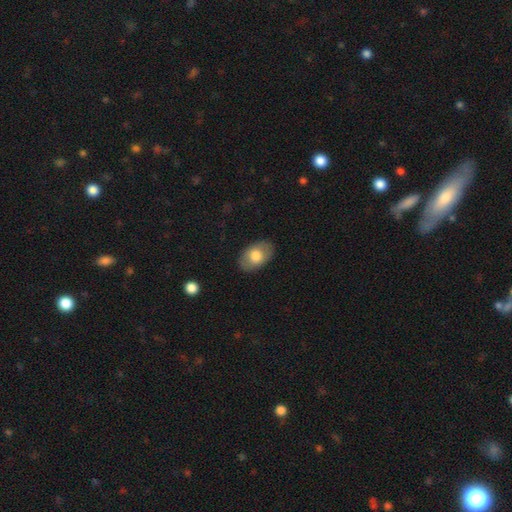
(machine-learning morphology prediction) Smooth or featured? Predicted: smooth (p=0.73). How rounded? Predicted: in between (p=0.89). Merging? Predicted: none (p=0.86).